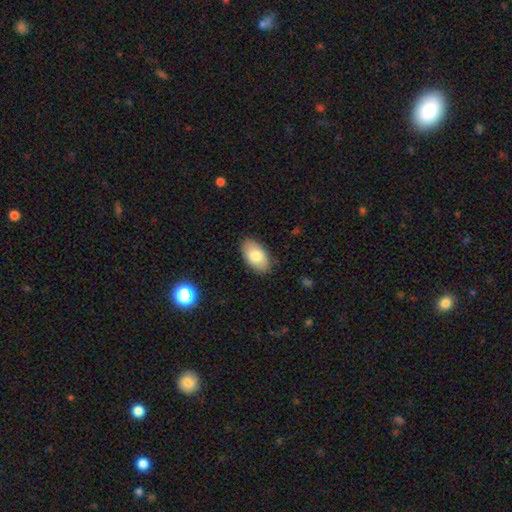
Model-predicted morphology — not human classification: This is clearly a smooth galaxy (81%). How rounded: clearly in between (95%). Merging: clearly none (86%).